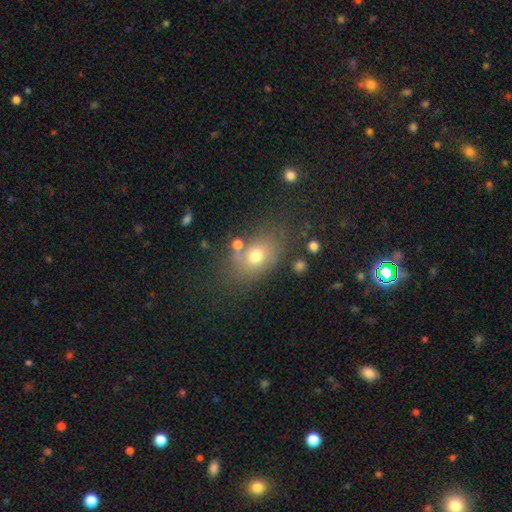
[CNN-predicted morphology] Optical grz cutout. It shows a smooth galaxy with no disk features (70%) that is in between round and cigar-shaped (66%). Merging: none (69%).